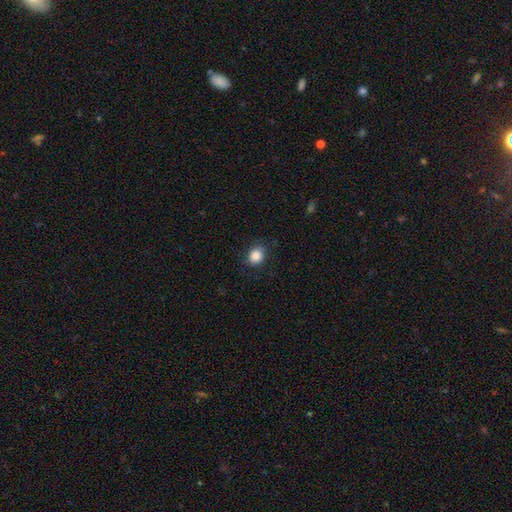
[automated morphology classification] smooth 86%, star or artifact 9%, featured or disk 5%. Down the decision tree: how rounded — round (68%); merging — none (81%).